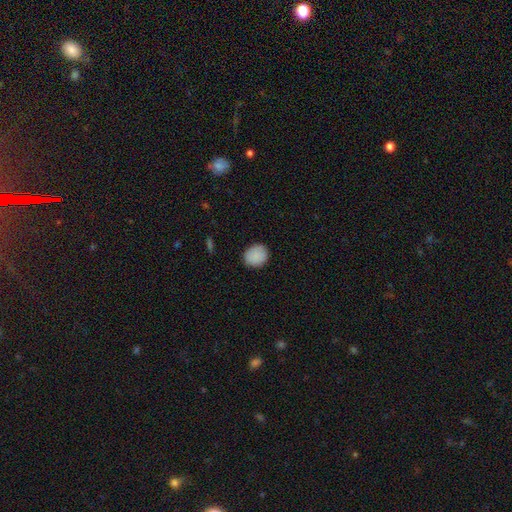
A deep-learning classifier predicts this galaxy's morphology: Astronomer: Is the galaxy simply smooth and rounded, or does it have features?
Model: smooth — 89%.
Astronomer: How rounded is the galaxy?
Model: round — 70%.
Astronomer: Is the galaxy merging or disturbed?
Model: none — 87%.